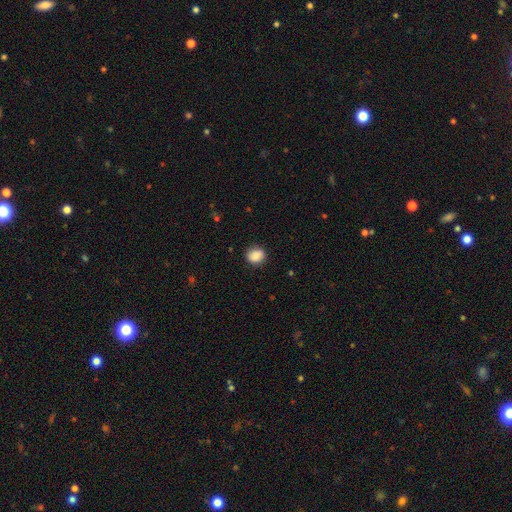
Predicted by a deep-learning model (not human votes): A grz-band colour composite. It shows a smooth galaxy with no disk features (88%) that is round (71%). Merging: none (84%).